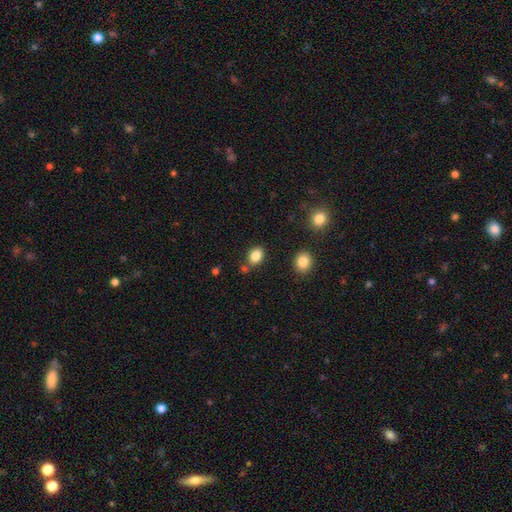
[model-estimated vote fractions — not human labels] Smooth or featured: smooth — 85% (star or artifact — 9%)
How rounded: in between — 71% (round — 28%)
Merging: none — 74% (minor disturbance — 13%)